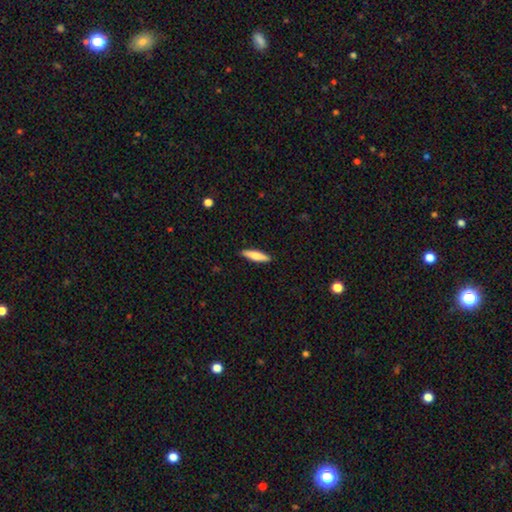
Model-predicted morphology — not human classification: smooth_or_featured: smooth (p=0.71) [alt: featured or disk p=0.24]
how_rounded: cigar-shaped (p=0.75) [alt: in between p=0.23]
merging: none (p=0.90) [alt: minor disturbance p=0.07]